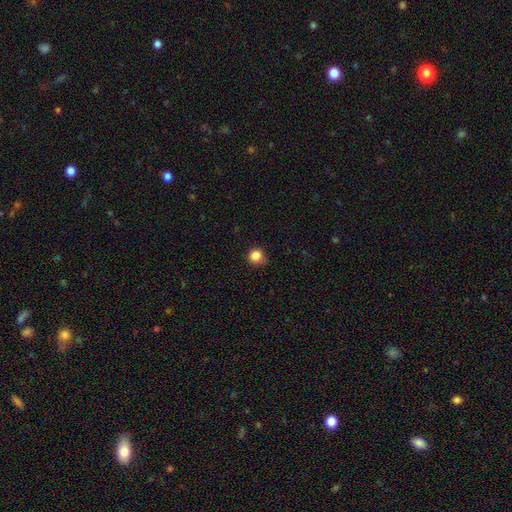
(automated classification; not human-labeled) Smooth or featured?
  - smooth: 85% *
  - star or artifact: 12%
  - featured or disk: 4%
How rounded?
  - round: 90% *
  - in between: 9%
  - cigar-shaped: 1%
Merging?
  - none: 77% *
  - minor disturbance: 18%
  - major disturbance: 3%
  - merger: 1%